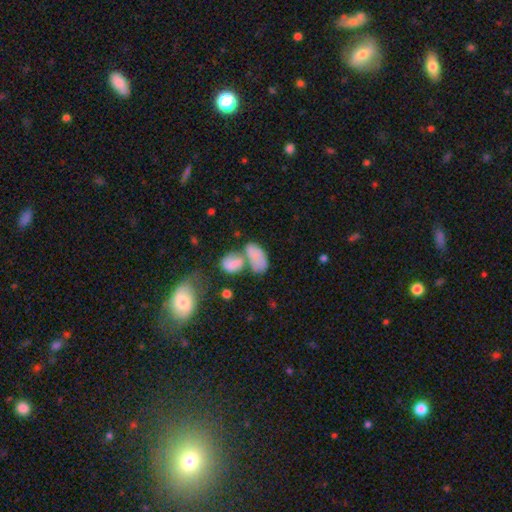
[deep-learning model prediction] A smooth galaxy with no disk features (74%) that is in between round and cigar-shaped (91%). Merging: merger (51%).